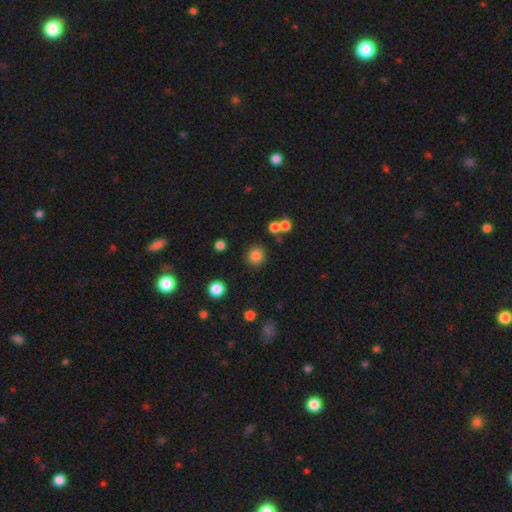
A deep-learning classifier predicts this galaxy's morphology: smooth 82%, star or artifact 13%, featured or disk 5%. Down the decision tree: how rounded — round (91%); merging — none (84%).